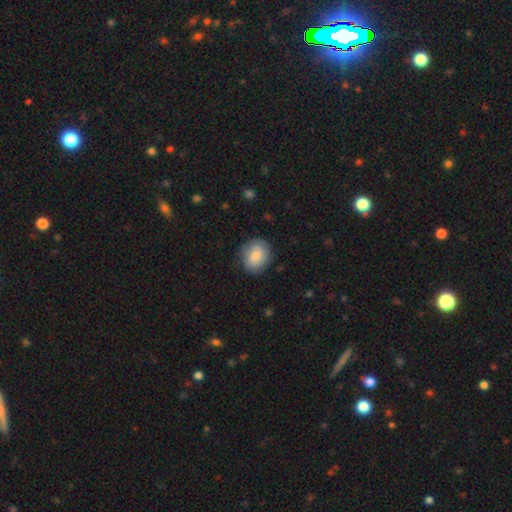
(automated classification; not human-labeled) Smooth or featured?
  - smooth: 78% *
  - featured or disk: 15%
  - star or artifact: 7%
How rounded?
  - round: 62% *
  - in between: 37%
  - cigar-shaped: 1%
Merging?
  - none: 80% *
  - minor disturbance: 15%
  - major disturbance: 4%
  - merger: 1%